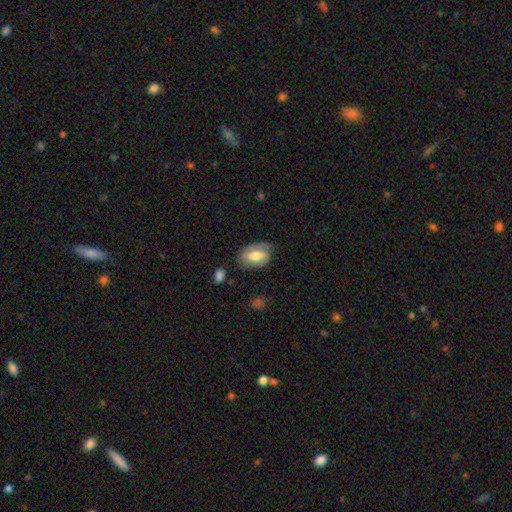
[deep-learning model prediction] A smooth galaxy with no disk features (49%). Merging: none (63%).